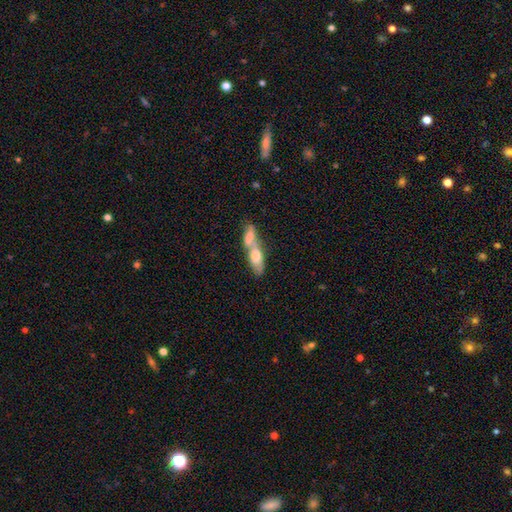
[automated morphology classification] A smooth galaxy with no disk features (64%) that is in between round and cigar-shaped (63%).

Vote fractions:
- Smooth or featured? smooth: 64% / featured or disk: 29% / star or artifact: 7%
- How rounded? in between: 63% / cigar-shaped: 33% / round: 4%
- Merging? merger: 70% / none: 18% / minor disturbance: 7% / major disturbance: 5%